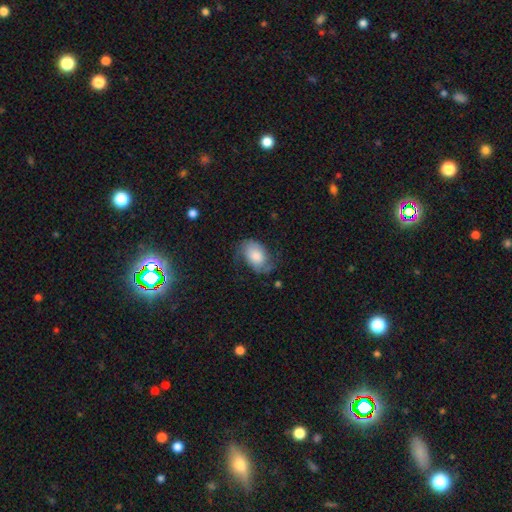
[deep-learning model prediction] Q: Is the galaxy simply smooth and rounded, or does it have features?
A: smooth — 56%.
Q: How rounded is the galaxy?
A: in between — 88%.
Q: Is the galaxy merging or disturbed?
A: none — 54%.